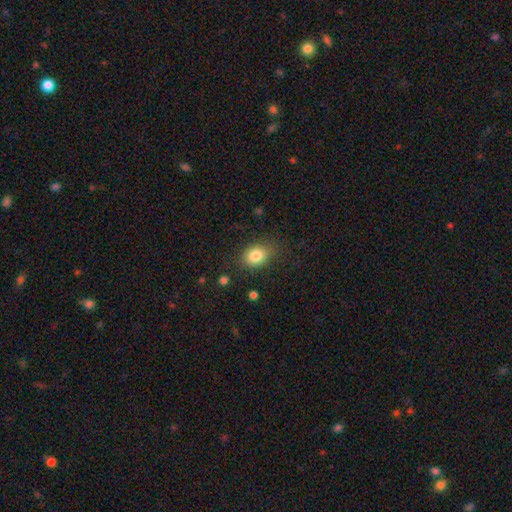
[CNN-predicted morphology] Q: Smooth or featured?
A: smooth (82%); runner-up: star or artifact (10%)
Q: How rounded?
A: in between (67%); runner-up: round (32%)
Q: Merging?
A: none (77%); runner-up: minor disturbance (16%)